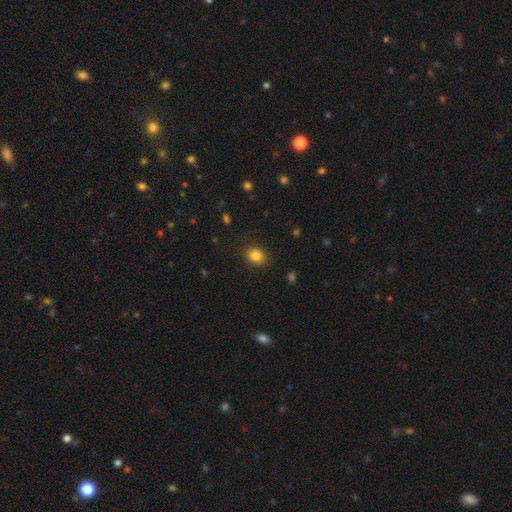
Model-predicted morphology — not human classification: This is clearly a smooth galaxy (85%). How rounded: possibly round (59%). Merging: clearly none (88%).